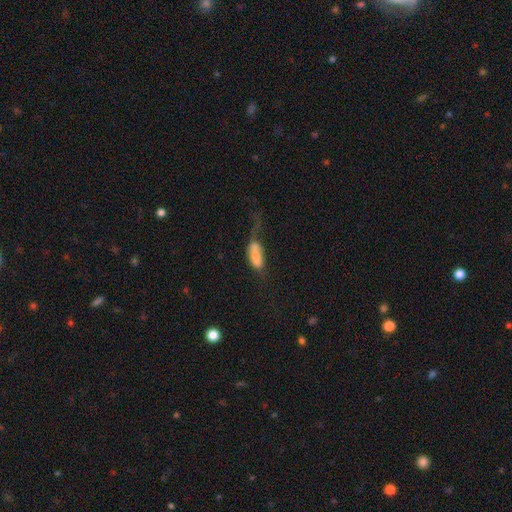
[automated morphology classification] Smooth or featured?
  - smooth: 74% *
  - featured or disk: 17%
  - star or artifact: 9%
How rounded?
  - in between: 83% *
  - cigar-shaped: 14%
  - round: 3%
Merging?
  - major disturbance: 44% *
  - minor disturbance: 22%
  - none: 18%
  - merger: 16%